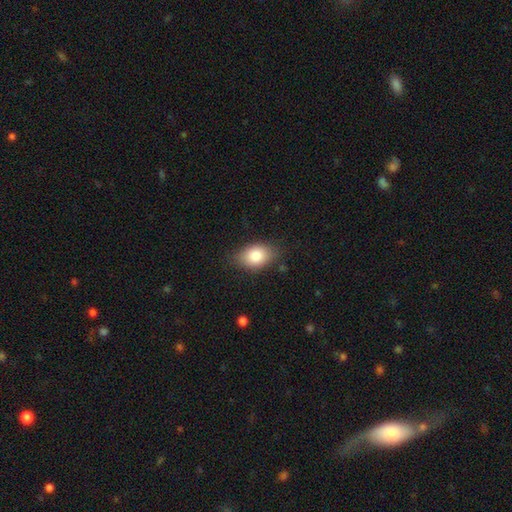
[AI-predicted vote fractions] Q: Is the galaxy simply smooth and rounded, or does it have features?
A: smooth — 84%.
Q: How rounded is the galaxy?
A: in between — 85%.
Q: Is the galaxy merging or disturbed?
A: none — 77%.